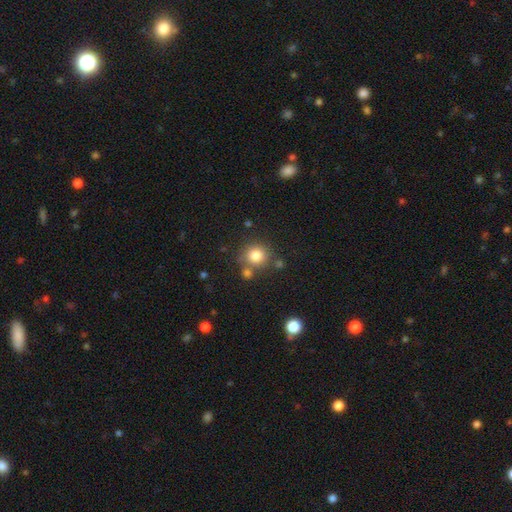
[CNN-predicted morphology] Overall: smooth (80%). How rounded: round (90%). Merging: none (73%).